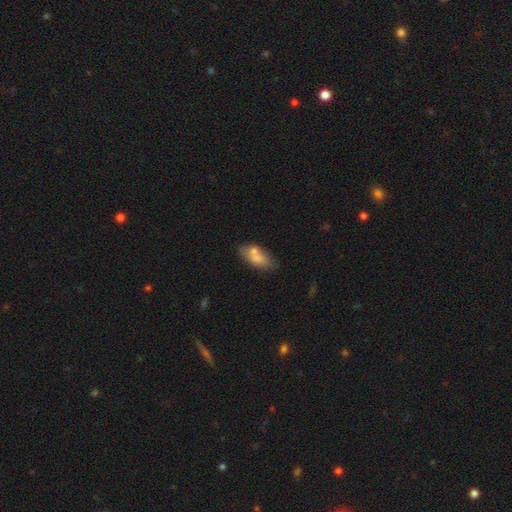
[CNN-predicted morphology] Q: Smooth or featured?
A: smooth (72%); runner-up: featured or disk (21%)
Q: How rounded?
A: in between (86%); runner-up: cigar-shaped (11%)
Q: Merging?
A: none (49%); runner-up: merger (24%)